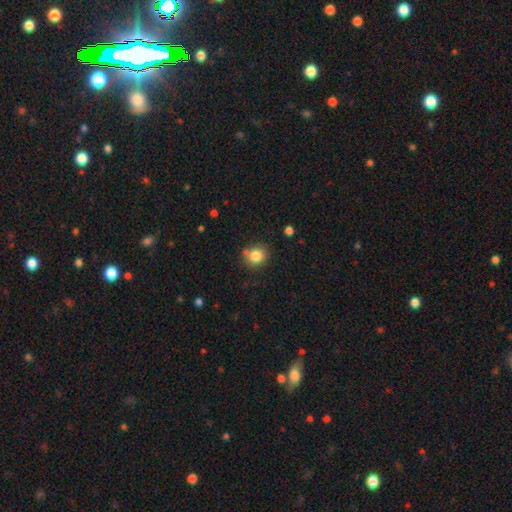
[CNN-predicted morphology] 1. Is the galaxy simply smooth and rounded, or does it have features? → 84% smooth, 10% star or artifact, 6% featured or disk.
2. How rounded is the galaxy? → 81% round, 18% in between, 1% cigar-shaped.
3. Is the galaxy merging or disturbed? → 75% none, 14% minor disturbance, 8% merger, 4% major disturbance.